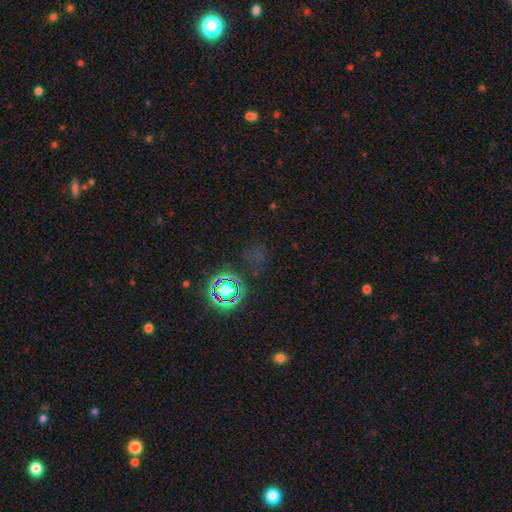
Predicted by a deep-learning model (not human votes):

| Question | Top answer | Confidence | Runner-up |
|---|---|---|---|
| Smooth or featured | star or artifact | 64% | smooth (26%) |